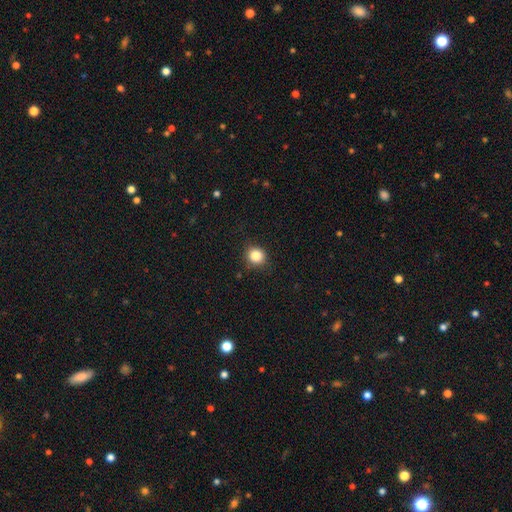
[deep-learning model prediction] This is clearly a smooth galaxy (84%). How rounded: clearly round (86%). Merging: clearly none (85%).